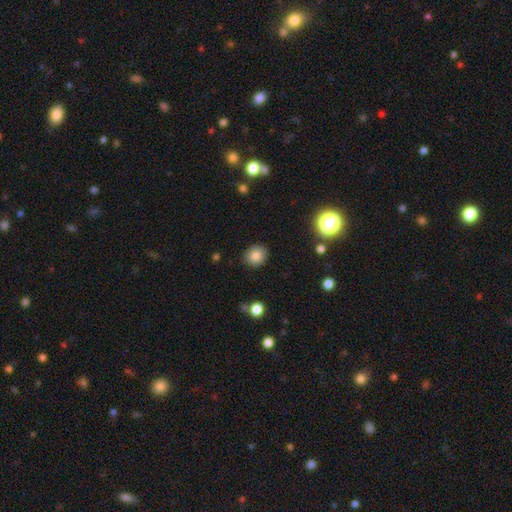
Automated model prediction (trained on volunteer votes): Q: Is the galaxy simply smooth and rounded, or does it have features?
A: smooth — 82%.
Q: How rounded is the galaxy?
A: round — 81%.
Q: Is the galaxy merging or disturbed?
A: none — 89%.